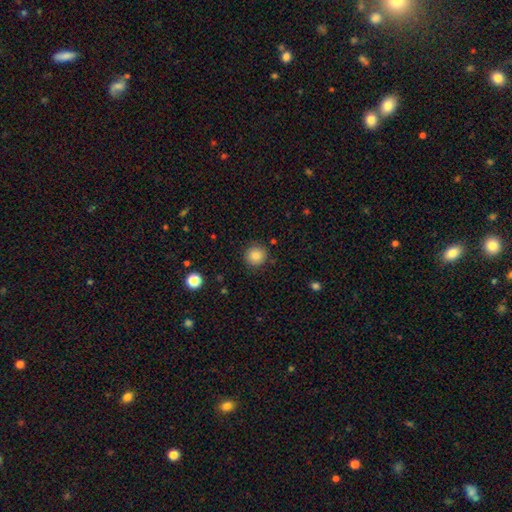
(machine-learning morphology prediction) A smooth galaxy with no disk features (85%) that is round (93%).

Vote fractions:
- Smooth or featured? smooth: 85% / star or artifact: 10% / featured or disk: 5%
- How rounded? round: 93% / in between: 6% / cigar-shaped: 1%
- Merging? none: 88% / minor disturbance: 8% / major disturbance: 3% / merger: 1%